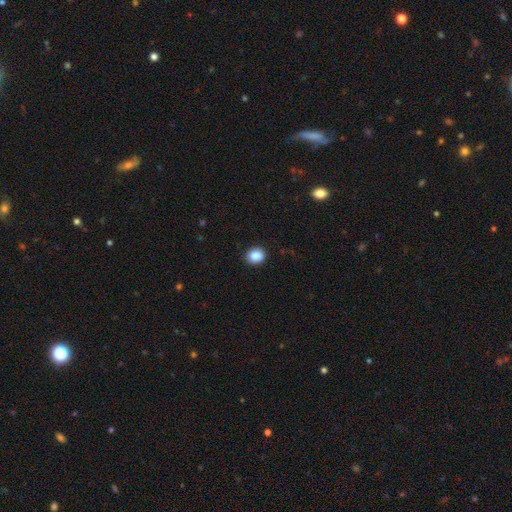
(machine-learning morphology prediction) A smooth galaxy with no disk features (87%) that is round (68%). Merging: none (88%).